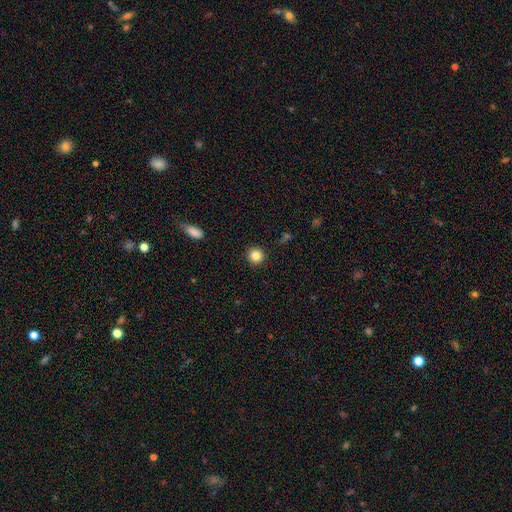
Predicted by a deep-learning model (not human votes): A smooth galaxy with no disk features (85%) that is round (94%).

Vote fractions:
- Smooth or featured? smooth: 85% / star or artifact: 11% / featured or disk: 5%
- How rounded? round: 94% / in between: 5% / cigar-shaped: 1%
- Merging? none: 92% / minor disturbance: 5% / major disturbance: 2% / merger: 1%